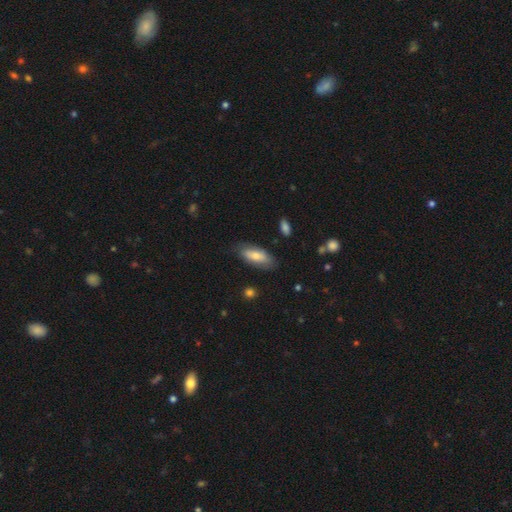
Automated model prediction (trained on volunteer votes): Smooth or featured? Predicted: smooth (p=0.69). How rounded? Predicted: in between (p=0.78). Merging? Predicted: none (p=0.77).